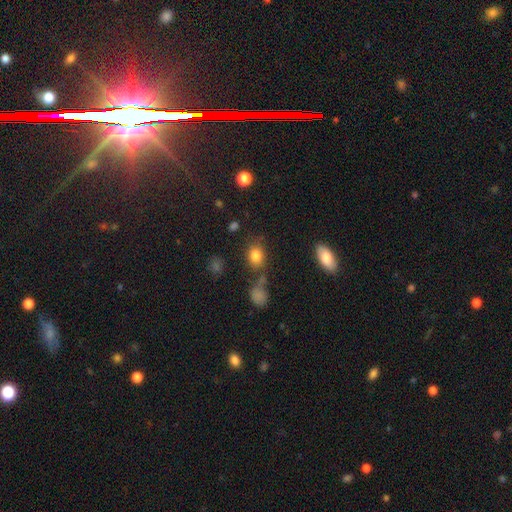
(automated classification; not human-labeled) The model was most divided on "how rounded": in between: 58%, round: 40%, cigar-shaped: 2%. More confident: smooth or featured — smooth (82%); merging — none (71%).